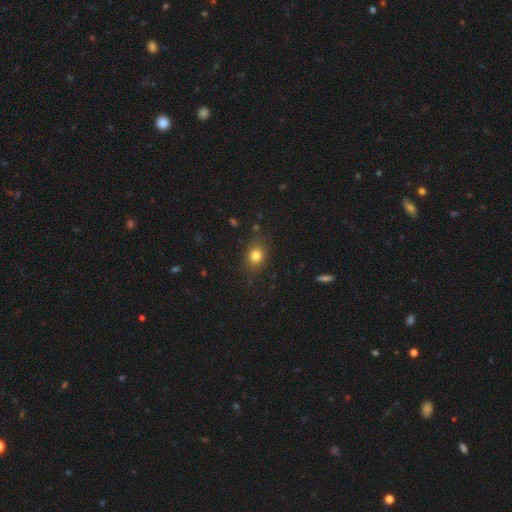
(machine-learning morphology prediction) Smooth or featured?
  - smooth: 80% *
  - star or artifact: 12%
  - featured or disk: 8%
How rounded?
  - in between: 52% *
  - round: 46%
  - cigar-shaped: 1%
Merging?
  - none: 82% *
  - minor disturbance: 13%
  - major disturbance: 4%
  - merger: 1%